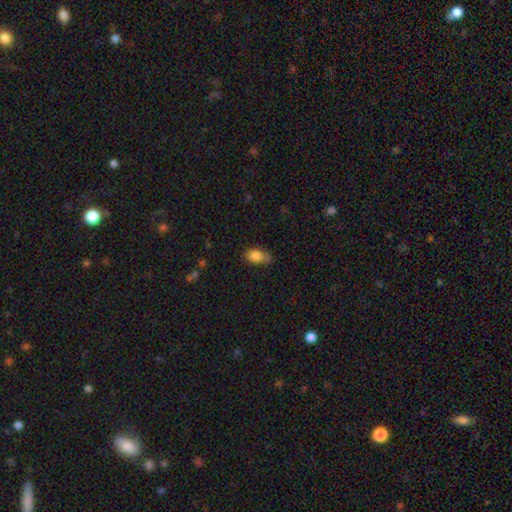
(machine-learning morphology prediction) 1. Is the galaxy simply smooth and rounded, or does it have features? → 84% smooth, 9% star or artifact, 8% featured or disk.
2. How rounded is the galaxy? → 84% in between, 12% round, 3% cigar-shaped.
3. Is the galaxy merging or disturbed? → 51% none, 35% minor disturbance, 10% major disturbance, 4% merger.